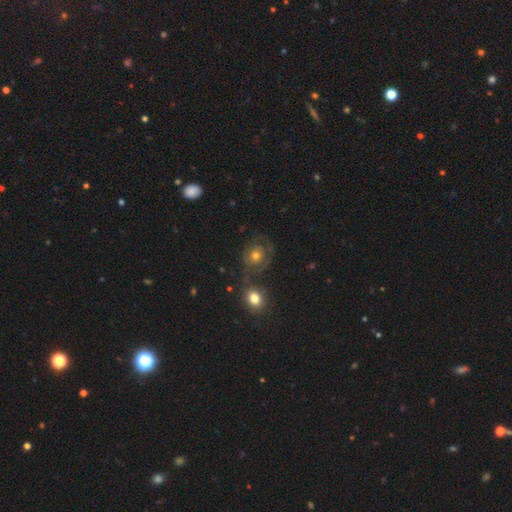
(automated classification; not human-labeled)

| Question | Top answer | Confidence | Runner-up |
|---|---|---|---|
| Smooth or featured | featured or disk | 48% | smooth (40%) |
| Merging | none | 59% | minor disturbance (19%) |